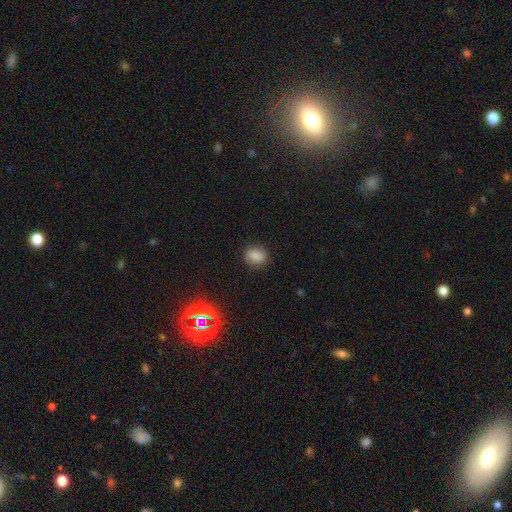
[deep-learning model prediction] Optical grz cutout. It shows a smooth galaxy with no disk features (78%) that is round (59%). Merging: none (83%).